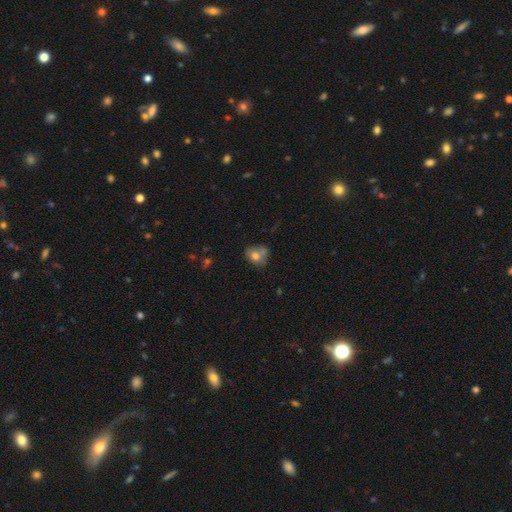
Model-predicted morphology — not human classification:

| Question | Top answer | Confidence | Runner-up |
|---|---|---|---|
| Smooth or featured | smooth | 73% | featured or disk (17%) |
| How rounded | round | 53% | in between (46%) |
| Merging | none | 43% | merger (27%) |